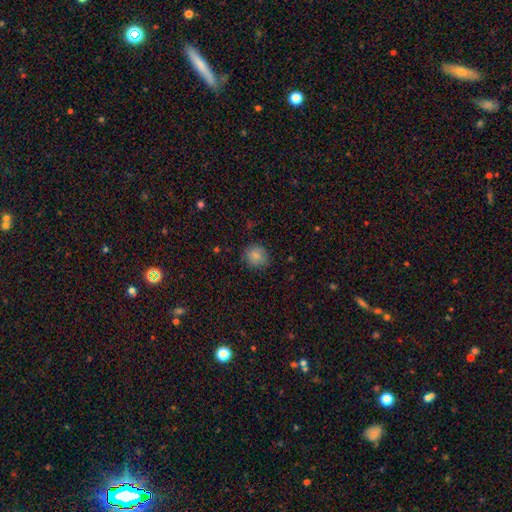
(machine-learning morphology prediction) smooth-or-featured: smooth: 84% | star or artifact: 10% | featured or disk: 6%
  how-rounded: round: 81% | in between: 18% | cigar-shaped: 1%
  merging: none: 81% | minor disturbance: 14% | major disturbance: 4% | merger: 1%